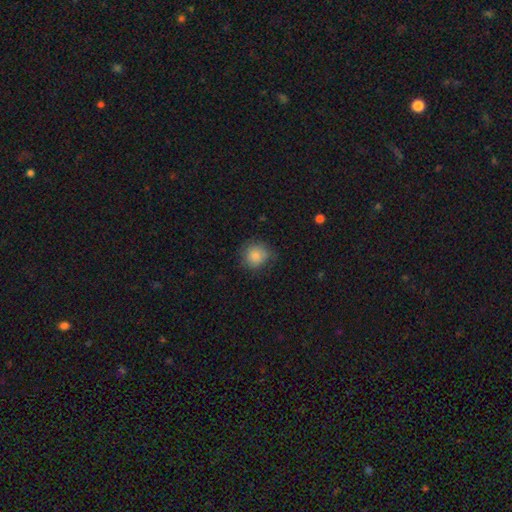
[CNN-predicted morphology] type=smooth (84%); roundness=round (87%); merging=none (73%).